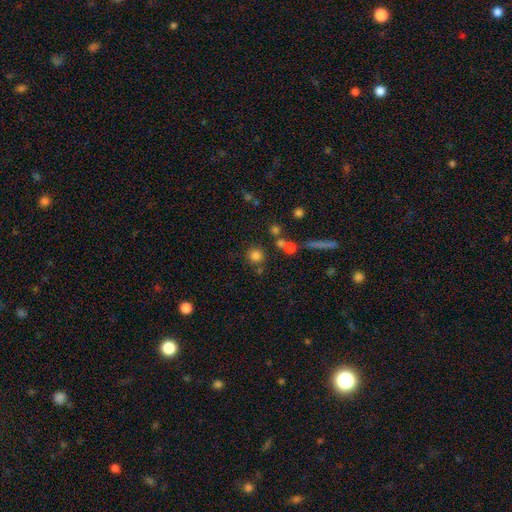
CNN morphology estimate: This appears to be a smooth galaxy with no disk features (78%) that is round (92%). Merging: none (76%).